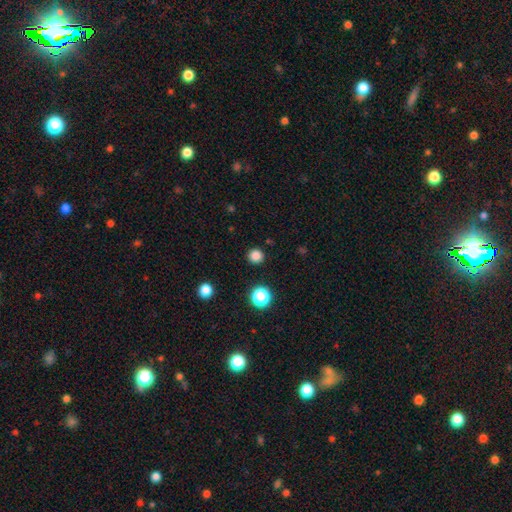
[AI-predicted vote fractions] smooth_or_featured: smooth (p=0.83) [alt: star or artifact p=0.14]
how_rounded: round (p=0.95) [alt: in between p=0.04]
merging: none (p=0.91) [alt: minor disturbance p=0.05]